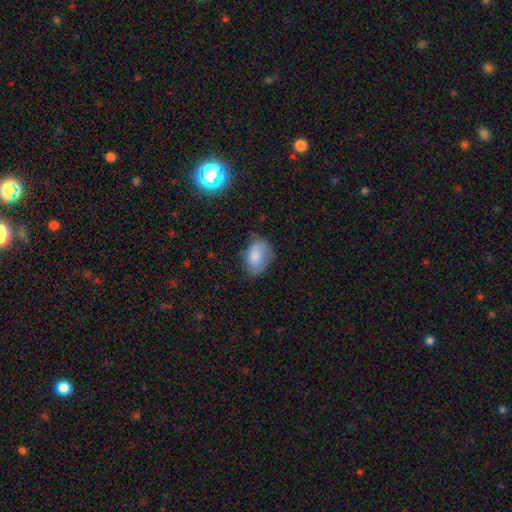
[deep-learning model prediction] Morphology: type=smooth (81%); roundness=in between (87%); merging=none (64%).